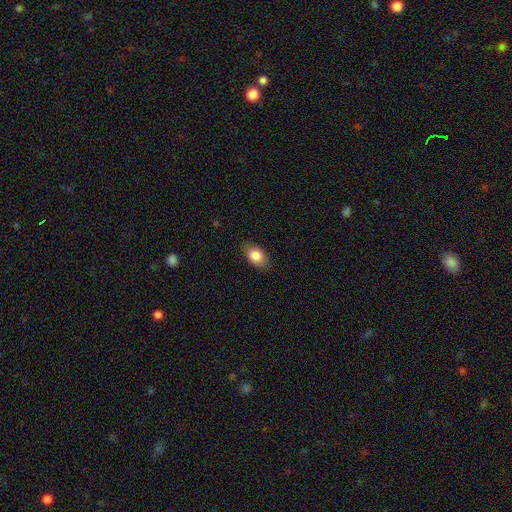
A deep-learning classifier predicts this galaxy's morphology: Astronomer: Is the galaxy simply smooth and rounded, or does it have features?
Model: smooth — 83%.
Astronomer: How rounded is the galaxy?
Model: in between — 85%.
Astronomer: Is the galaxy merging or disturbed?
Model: none — 84%.